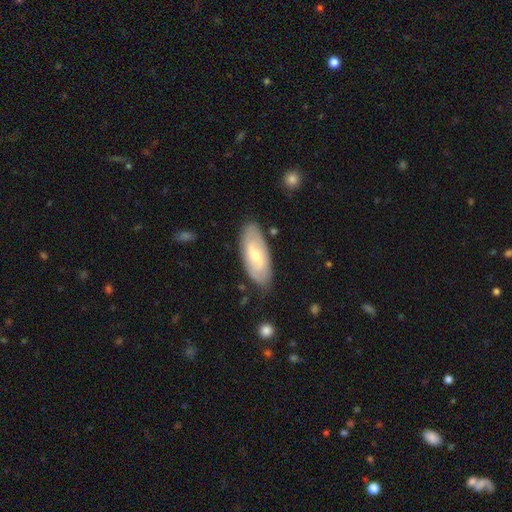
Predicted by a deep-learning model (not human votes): Morphology: type=featured or disk (54%); edge-on=no (85%); merging=none (81%).